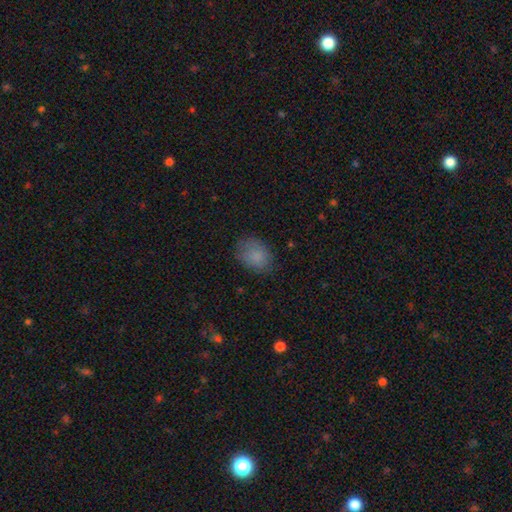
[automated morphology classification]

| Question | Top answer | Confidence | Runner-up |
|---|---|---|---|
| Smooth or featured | smooth | 84% | star or artifact (9%) |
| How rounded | in between | 67% | round (32%) |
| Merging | none | 75% | minor disturbance (19%) |